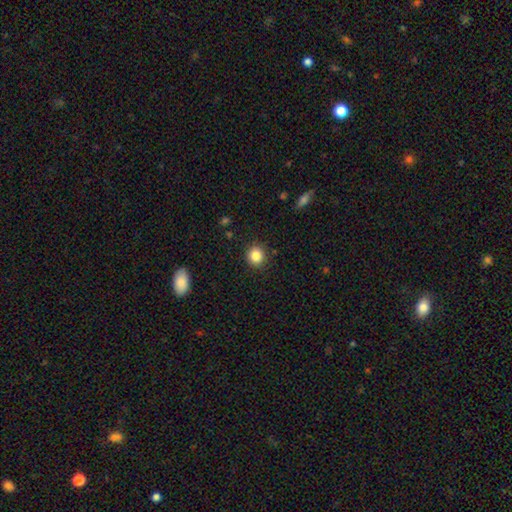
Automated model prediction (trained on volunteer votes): This appears to be a smooth galaxy with no disk features (85%) that is round (88%). Merging: none (90%).